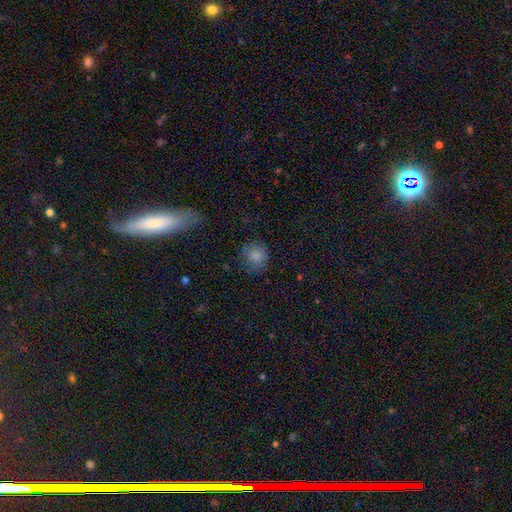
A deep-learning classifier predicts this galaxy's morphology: Smooth or featured: smooth — 82% (star or artifact — 10%)
How rounded: round — 86% (in between — 13%)
Merging: none — 72% (minor disturbance — 19%)